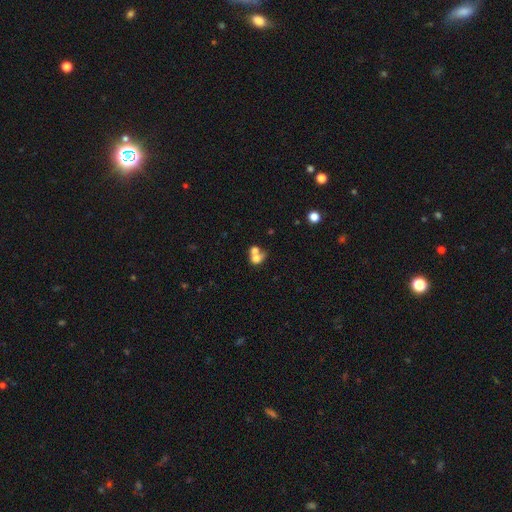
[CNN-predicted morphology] Smooth or featured? Predicted: smooth (p=0.68). How rounded? Predicted: round (p=0.56). Merging? Predicted: merger (p=0.68).